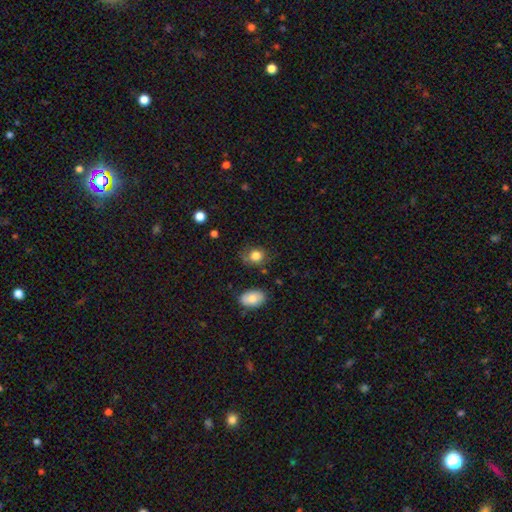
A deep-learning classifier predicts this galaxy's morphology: This is clearly a smooth galaxy (82%). How rounded: likely round (64%). Merging: likely none (66%).